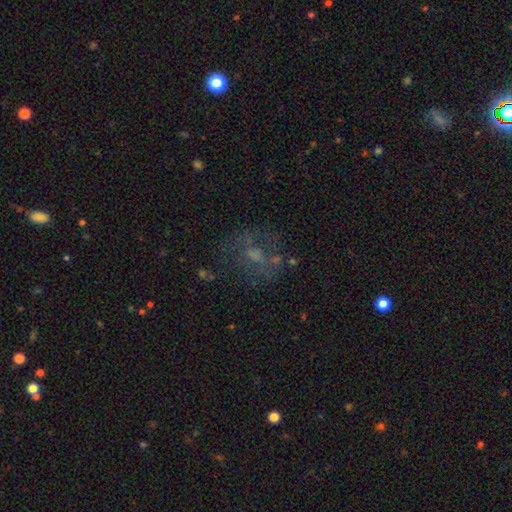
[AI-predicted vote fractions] smooth_or_featured: featured or disk (p=0.49) [alt: smooth p=0.29]
merging: none (p=0.61) [alt: major disturbance p=0.18]